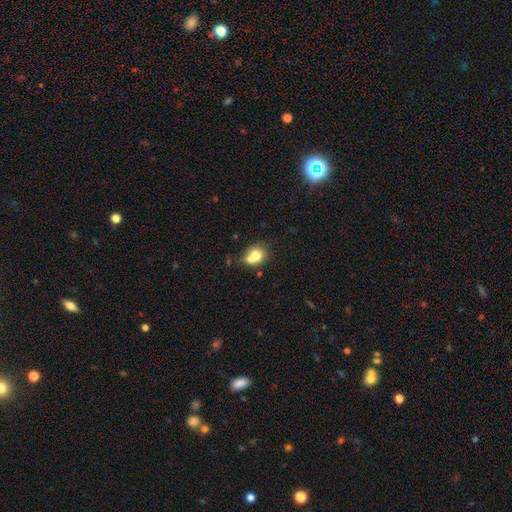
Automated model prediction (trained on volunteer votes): The model was most divided on "merging": merger: 49%, none: 36%, minor disturbance: 10%, major disturbance: 4%. More confident: smooth or featured — smooth (72%); how rounded — round (71%).